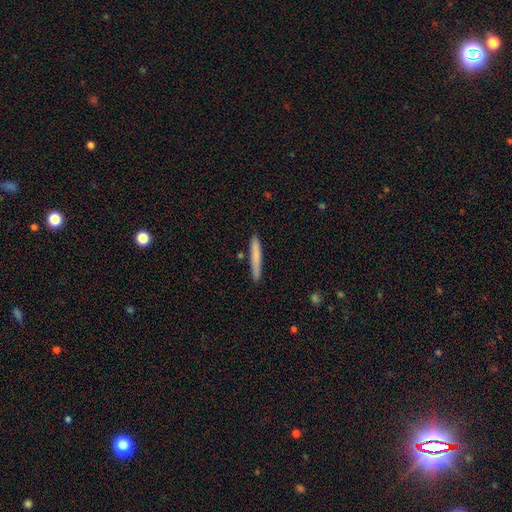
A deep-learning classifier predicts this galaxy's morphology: smooth_or_featured: smooth (p=0.76) [alt: featured or disk p=0.18]
how_rounded: cigar-shaped (p=0.96) [alt: in between p=0.03]
merging: none (p=0.88) [alt: minor disturbance p=0.08]